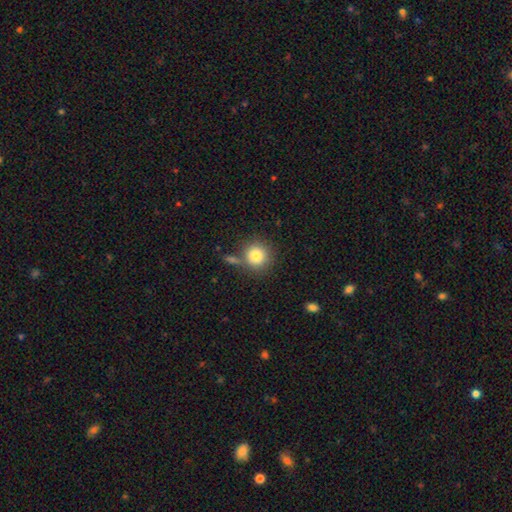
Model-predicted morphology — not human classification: The model was most divided on "merging": none: 73%, merger: 12%, minor disturbance: 11%, major disturbance: 4%. More confident: how rounded — round (91%); smooth or featured — smooth (82%).